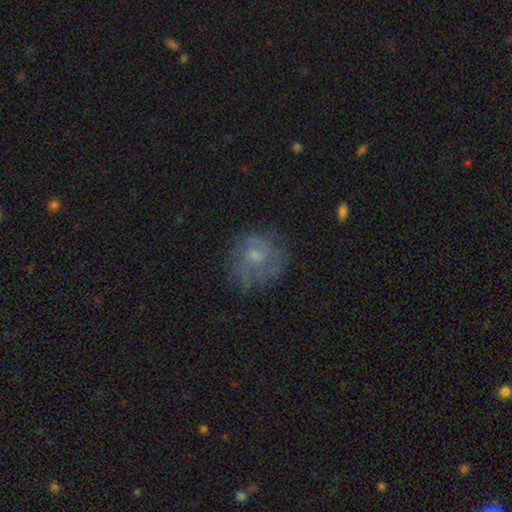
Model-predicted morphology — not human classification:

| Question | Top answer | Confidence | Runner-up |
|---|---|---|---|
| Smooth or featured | featured or disk | 48% | smooth (40%) |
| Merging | none | 69% | minor disturbance (20%) |